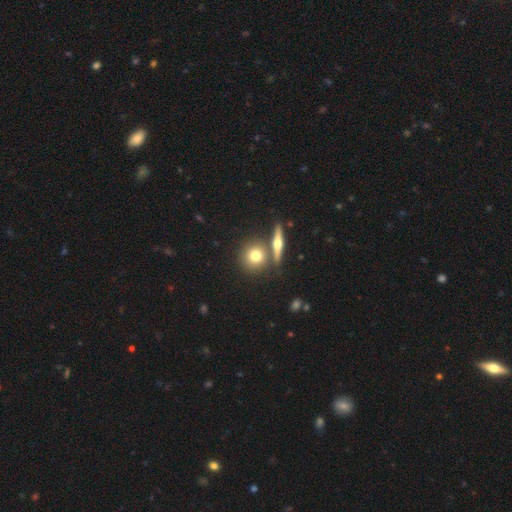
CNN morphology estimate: Overall: smooth (69%). How rounded: round (85%). Merging: none (69%).